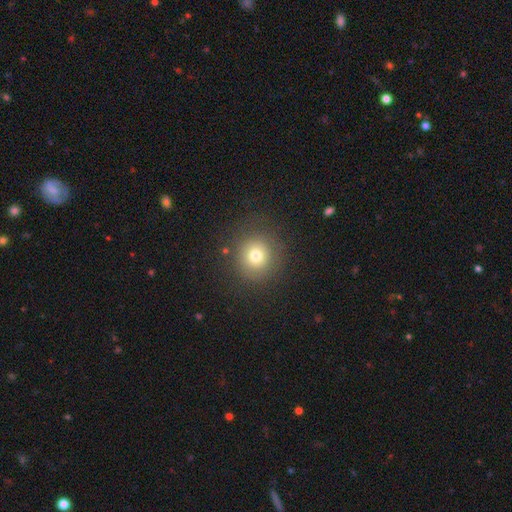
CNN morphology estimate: smooth 75%, star or artifact 14%, featured or disk 11%. Down the decision tree: how rounded — round (89%); merging — none (83%).